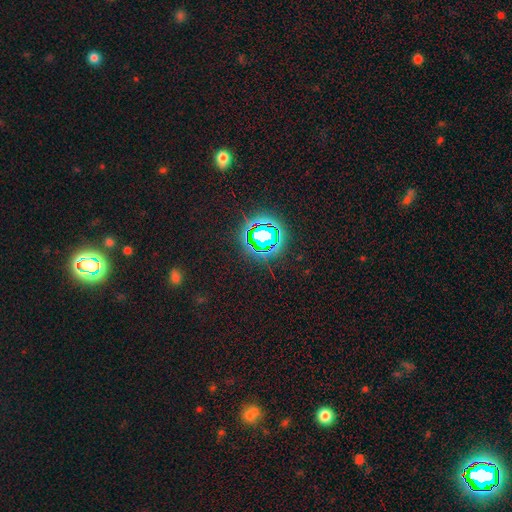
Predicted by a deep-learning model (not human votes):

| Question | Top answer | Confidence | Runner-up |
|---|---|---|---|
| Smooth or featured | star or artifact | 79% | smooth (14%) |